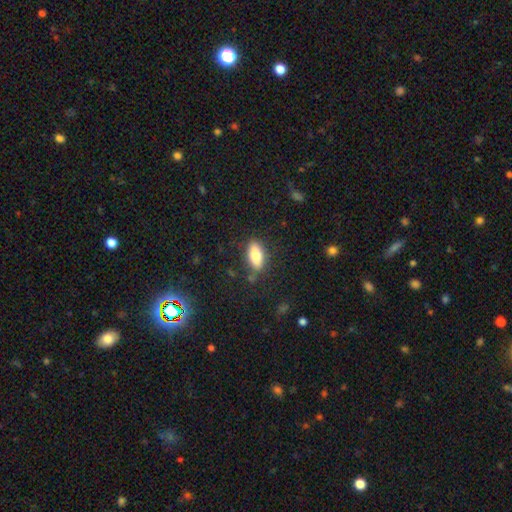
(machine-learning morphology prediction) A smooth galaxy with no disk features (79%) that is in between round and cigar-shaped (83%).

Vote fractions:
- Smooth or featured? smooth: 79% / featured or disk: 14% / star or artifact: 7%
- How rounded? in between: 83% / cigar-shaped: 14% / round: 3%
- Merging? none: 81% / minor disturbance: 13% / major disturbance: 4% / merger: 2%